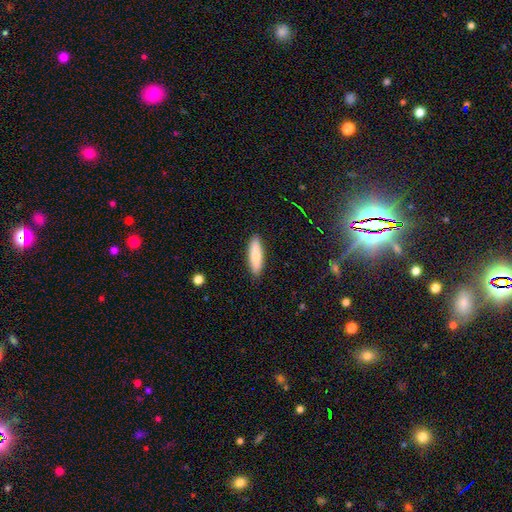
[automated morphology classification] type=smooth (85%); roundness=cigar-shaped (57%); merging=none (89%).